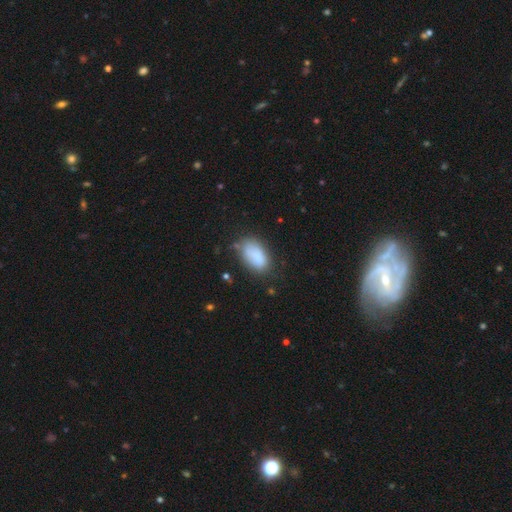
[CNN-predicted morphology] type=smooth (82%); roundness=in between (92%); merging=none (65%).